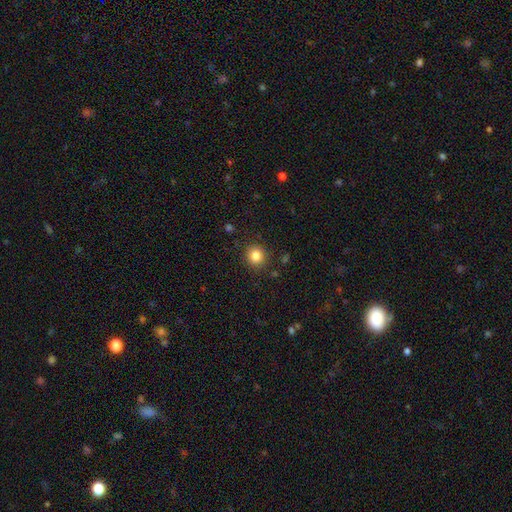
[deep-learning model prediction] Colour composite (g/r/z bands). It shows a smooth galaxy with no disk features (83%) that is round (89%). Merging: none (89%).